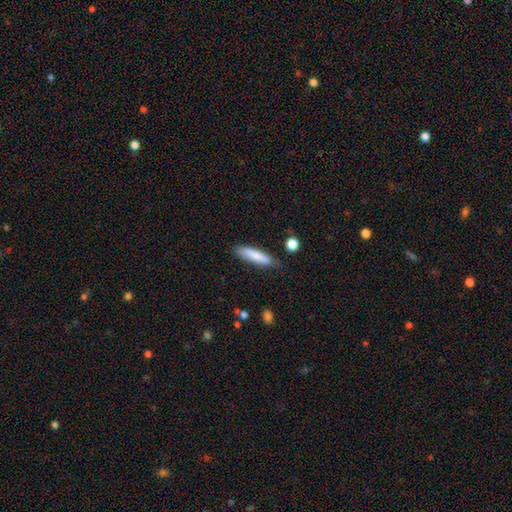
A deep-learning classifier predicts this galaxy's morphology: Smooth or featured? smooth (77%)
How rounded? cigar-shaped (77%)
Merging? none (78%)